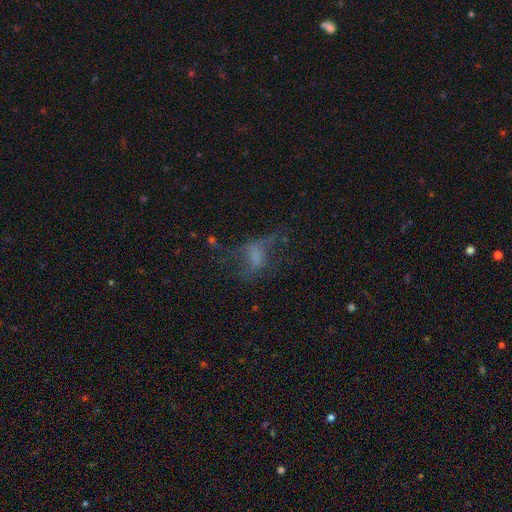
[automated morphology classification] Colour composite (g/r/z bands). It shows a featured or disk galaxy (41%). Merging: major disturbance (42%).